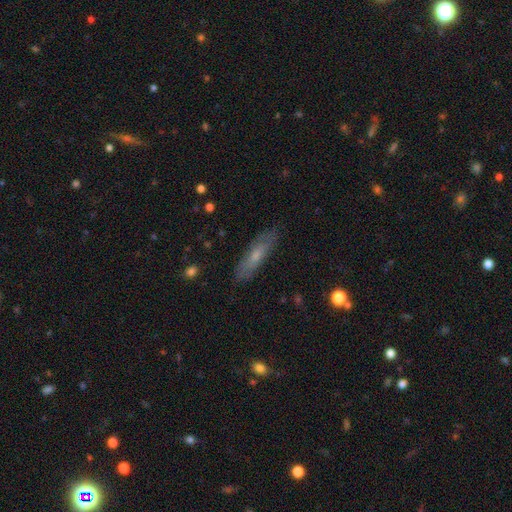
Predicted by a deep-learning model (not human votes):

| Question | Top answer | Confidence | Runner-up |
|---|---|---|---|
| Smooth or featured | smooth | 53% | featured or disk (40%) |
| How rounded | cigar-shaped | 71% | in between (26%) |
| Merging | none | 84% | minor disturbance (12%) |